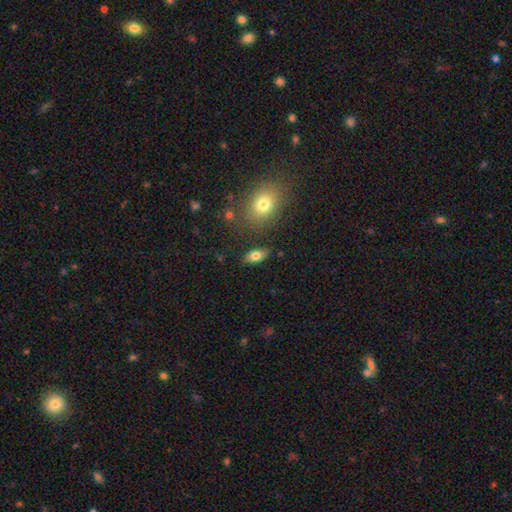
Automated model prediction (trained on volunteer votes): This appears to be a smooth galaxy with no disk features (77%) that is in between round and cigar-shaped (88%). Merging: none (83%).